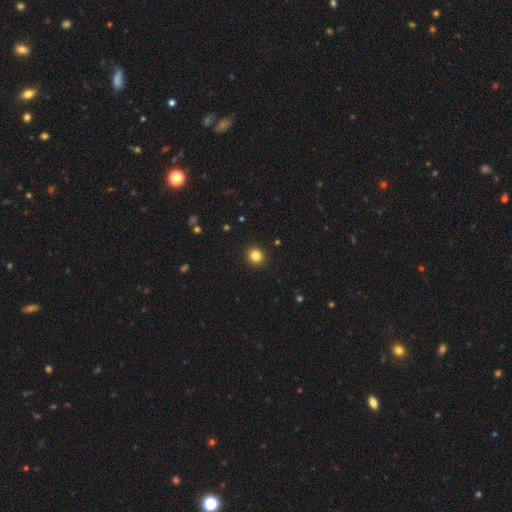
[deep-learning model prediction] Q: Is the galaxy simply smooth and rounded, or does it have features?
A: smooth — 84%.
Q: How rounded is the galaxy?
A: round — 86%.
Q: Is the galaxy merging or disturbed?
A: none — 92%.